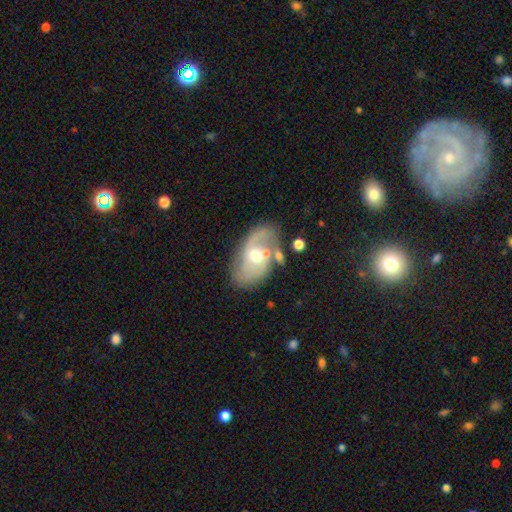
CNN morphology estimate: Smooth or featured? featured or disk (72%)
Edge-on disk? no (95%)
Bar? no (59%)
Spiral arms? yes (85%)
Spiral winding? medium (45%)
Spiral arm count? 2 (79%)
Bulge size? moderate (66%)
Merging? none (63%)